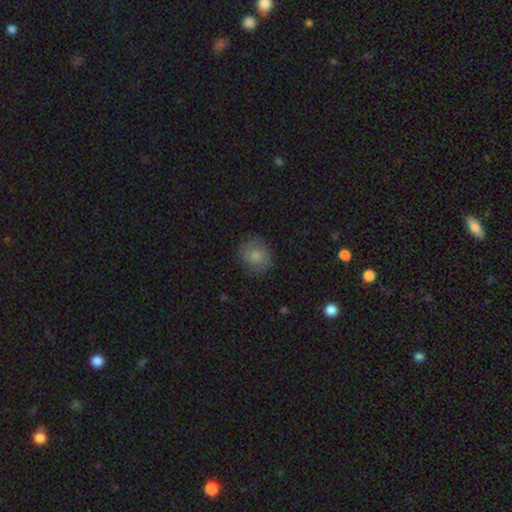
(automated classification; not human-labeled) A smooth galaxy with no disk features (74%) that is round (77%). Merging: none (81%).